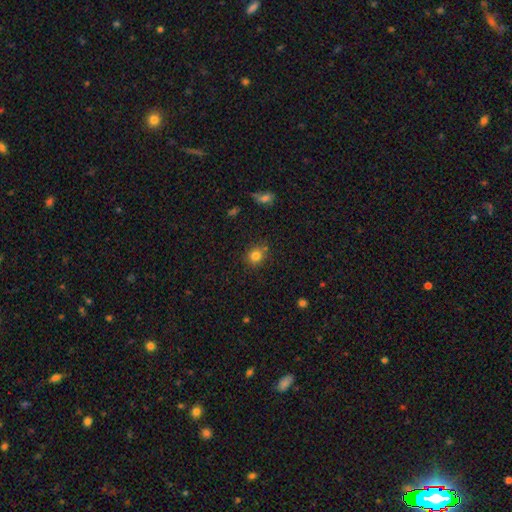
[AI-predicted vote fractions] Smooth or featured: smooth — 81% (star or artifact — 13%)
How rounded: round — 82% (in between — 17%)
Merging: none — 77% (minor disturbance — 13%)